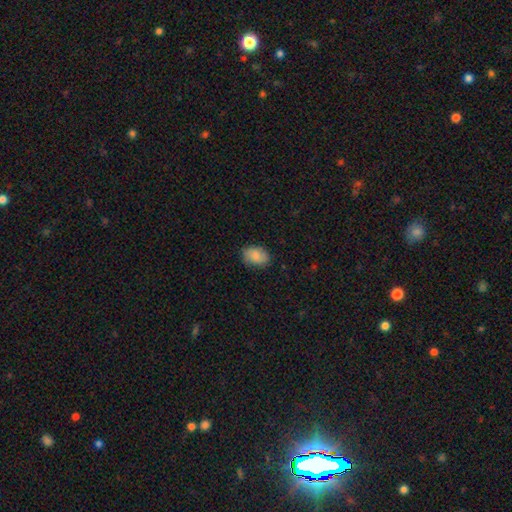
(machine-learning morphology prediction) Smooth or featured?
  - smooth: 87% *
  - star or artifact: 7%
  - featured or disk: 6%
How rounded?
  - in between: 83% *
  - round: 16%
  - cigar-shaped: 1%
Merging?
  - none: 82% *
  - minor disturbance: 14%
  - major disturbance: 3%
  - merger: 1%